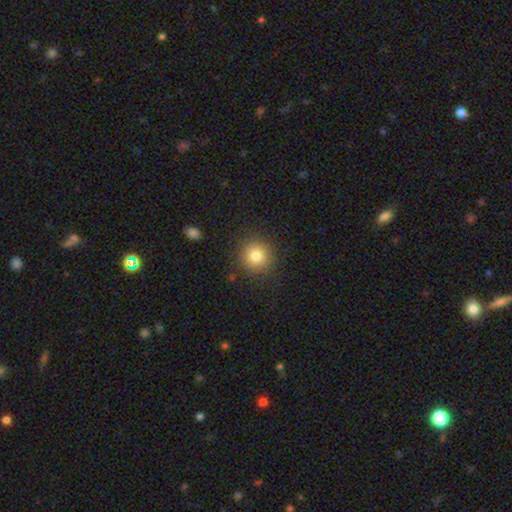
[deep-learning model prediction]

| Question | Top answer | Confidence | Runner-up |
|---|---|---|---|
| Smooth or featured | smooth | 81% | star or artifact (12%) |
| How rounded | round | 94% | in between (5%) |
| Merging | none | 89% | minor disturbance (7%) |